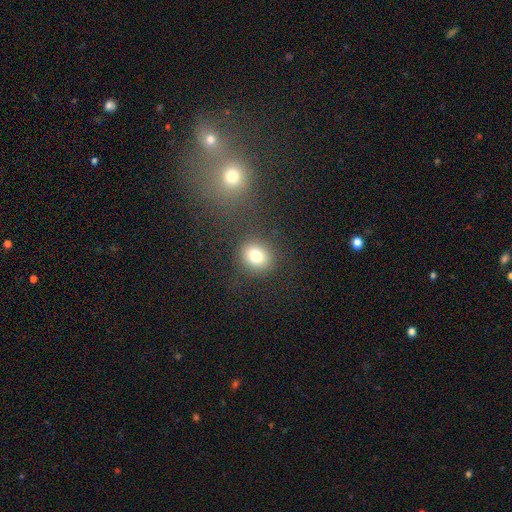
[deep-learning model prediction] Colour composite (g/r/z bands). It shows a smooth galaxy with no disk features (78%) that is round (72%). Merging: none (82%).